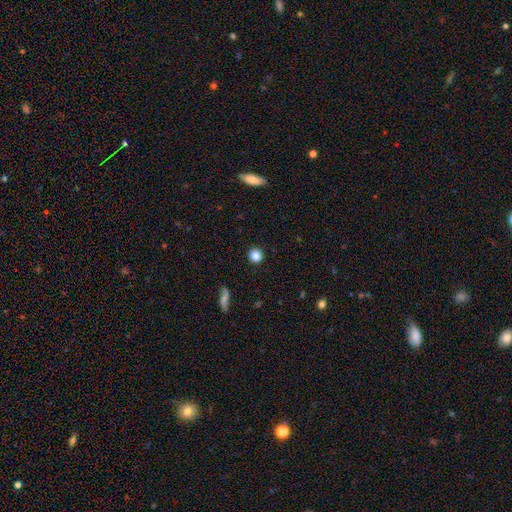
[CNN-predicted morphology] The model was most divided on "smooth or featured": smooth: 85%, star or artifact: 10%, featured or disk: 5%. More confident: how rounded — round (92%); merging — none (91%).